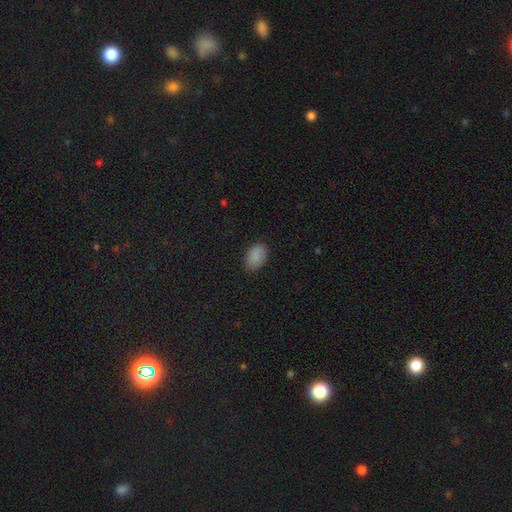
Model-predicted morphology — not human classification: Smooth or featured: smooth — 87% (star or artifact — 8%)
How rounded: in between — 89% (round — 10%)
Merging: none — 83% (minor disturbance — 13%)